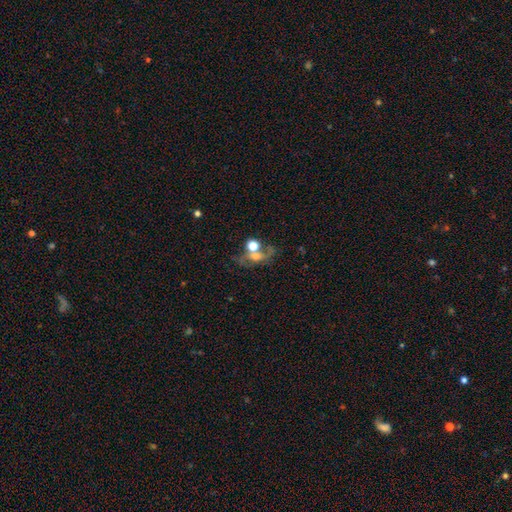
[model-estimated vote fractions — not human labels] Smooth or featured?
  - featured or disk: 49% *
  - smooth: 33%
  - star or artifact: 18%
Merging?
  - none: 38% *
  - merger: 31%
  - major disturbance: 17%
  - minor disturbance: 14%